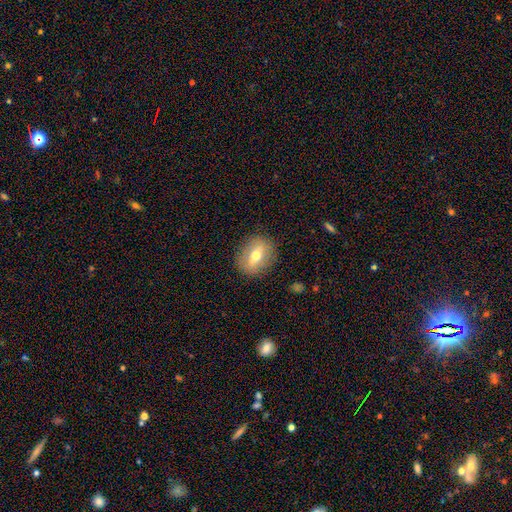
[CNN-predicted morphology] Smooth or featured?
  - smooth: 51% *
  - featured or disk: 42%
  - star or artifact: 8%
How rounded?
  - in between: 54% *
  - round: 42%
  - cigar-shaped: 4%
Merging?
  - none: 86% *
  - minor disturbance: 9%
  - major disturbance: 3%
  - merger: 1%